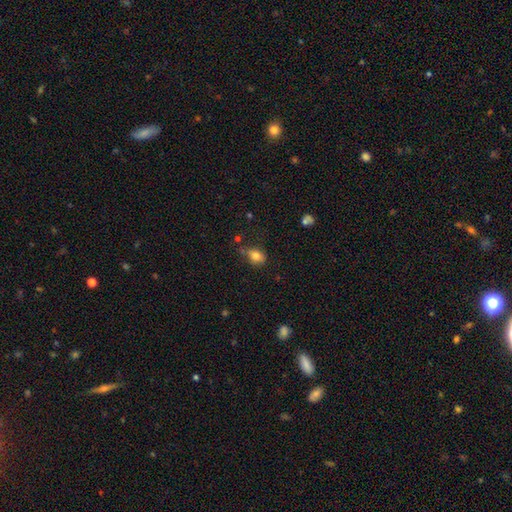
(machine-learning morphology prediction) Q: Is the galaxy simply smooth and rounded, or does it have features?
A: smooth — 81%.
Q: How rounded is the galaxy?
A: in between — 66%.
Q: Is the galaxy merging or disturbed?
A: none — 59%.